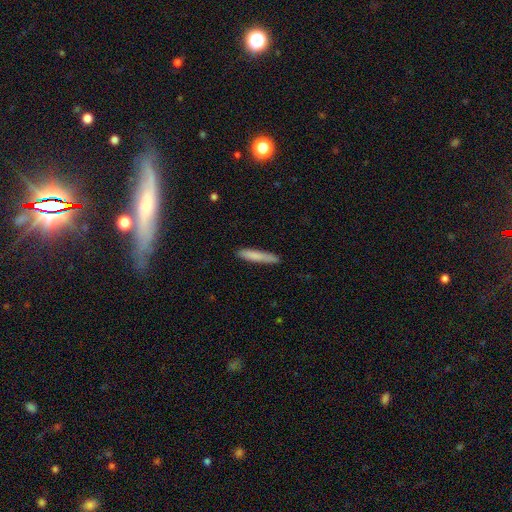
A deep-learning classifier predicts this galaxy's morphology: Smooth or featured? smooth (81%)
How rounded? cigar-shaped (93%)
Merging? none (86%)